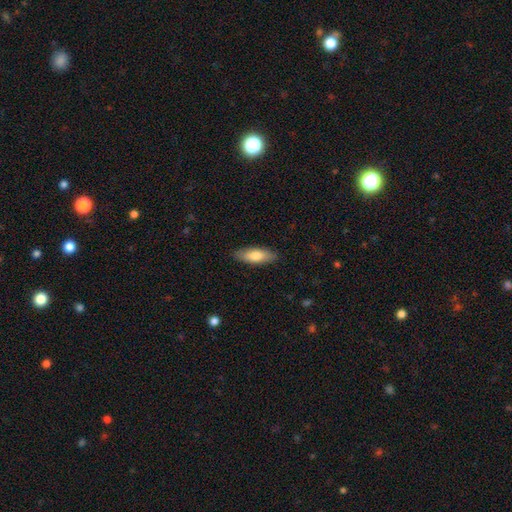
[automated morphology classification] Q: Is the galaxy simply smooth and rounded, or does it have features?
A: smooth — 75%.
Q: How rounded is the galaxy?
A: in between — 64%.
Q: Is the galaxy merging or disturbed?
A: none — 88%.